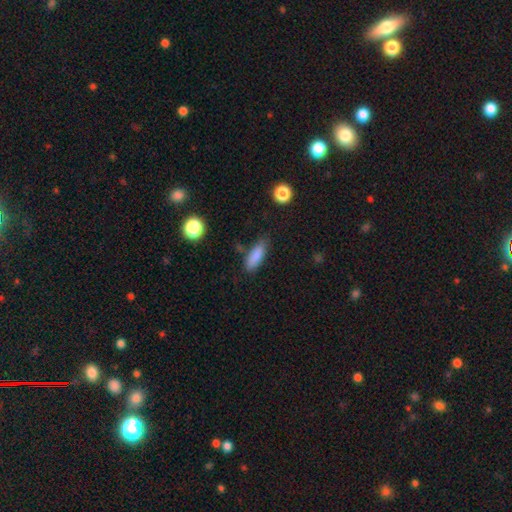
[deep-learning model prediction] This appears to be a smooth galaxy with no disk features (85%) that is in between round and cigar-shaped (59%). Merging: none (76%).